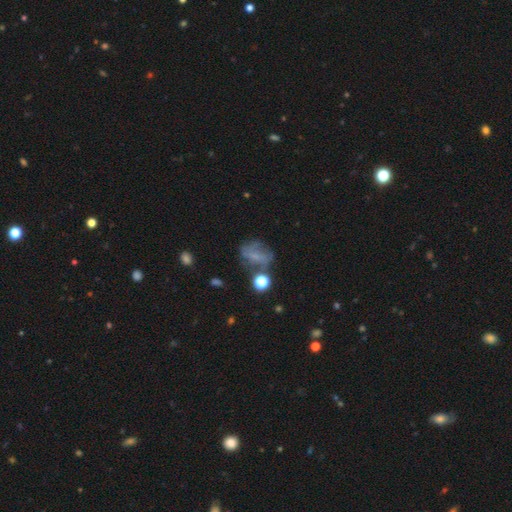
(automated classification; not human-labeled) A featured or disk galaxy (42%).

Vote fractions:
- Smooth or featured? featured or disk: 42% / smooth: 39% / star or artifact: 19%
- Merging? none: 45% / major disturbance: 23% / minor disturbance: 23% / merger: 9%